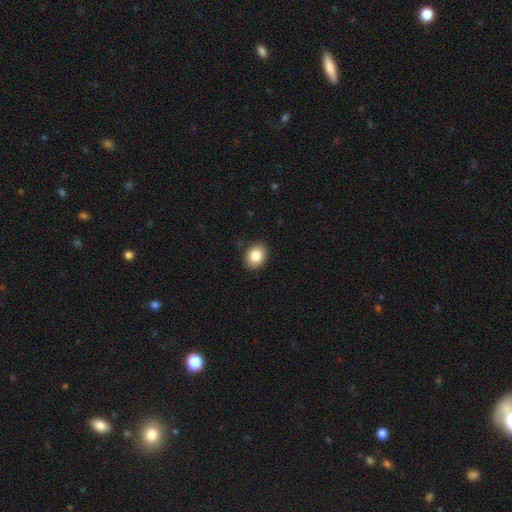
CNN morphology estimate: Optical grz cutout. It shows a smooth galaxy with no disk features (85%) that is in between round and cigar-shaped (59%). Merging: none (89%).